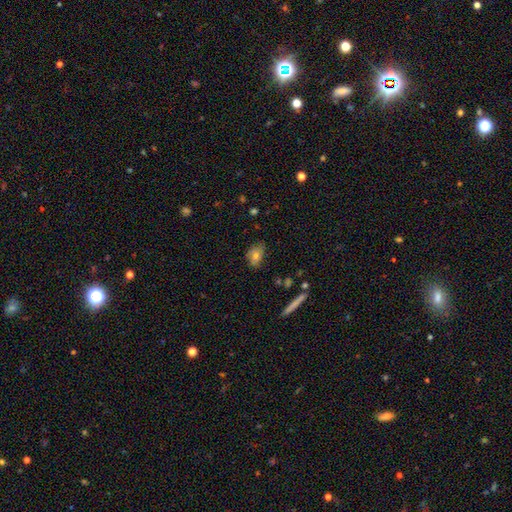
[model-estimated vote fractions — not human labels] Smooth or featured: smooth — 68% (featured or disk — 23%)
How rounded: in between — 81% (round — 15%)
Merging: none — 67% (minor disturbance — 25%)